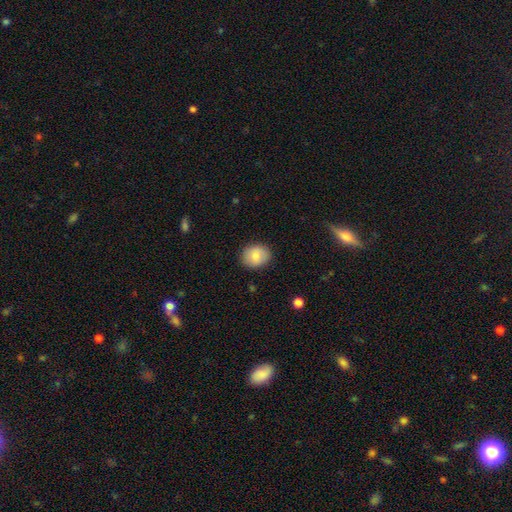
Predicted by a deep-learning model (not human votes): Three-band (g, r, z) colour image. It shows a smooth galaxy with no disk features (82%) that is round (57%). Merging: none (86%).